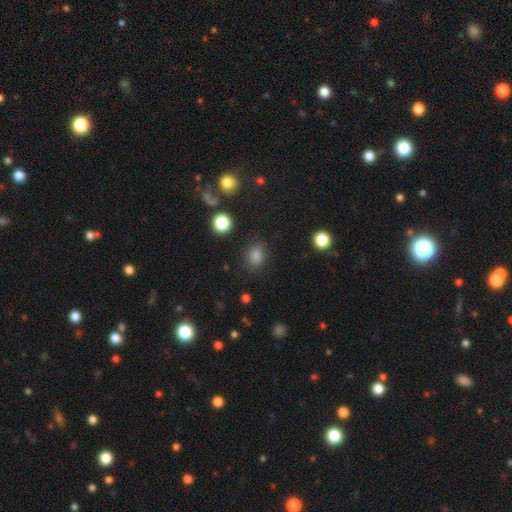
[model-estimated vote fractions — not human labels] Overall: smooth (80%). How rounded: round (61%; in between 38%). Merging: none (87%).